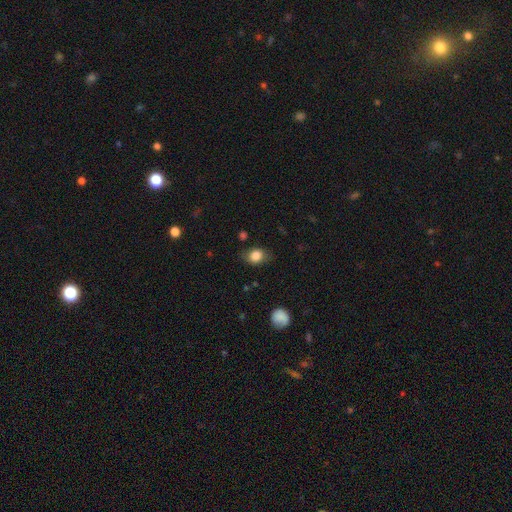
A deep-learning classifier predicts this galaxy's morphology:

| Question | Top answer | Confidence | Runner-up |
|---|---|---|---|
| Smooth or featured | smooth | 83% | star or artifact (9%) |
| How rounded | in between | 56% | round (43%) |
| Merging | none | 70% | minor disturbance (22%) |